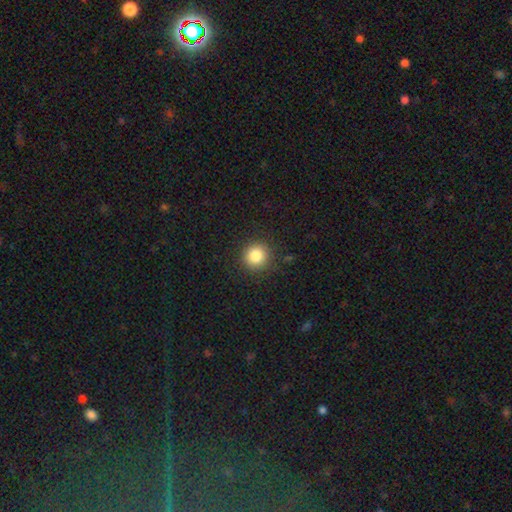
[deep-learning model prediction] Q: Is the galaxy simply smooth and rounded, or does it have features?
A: smooth — 84%.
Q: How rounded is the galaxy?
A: round — 92%.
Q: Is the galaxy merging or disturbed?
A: none — 90%.